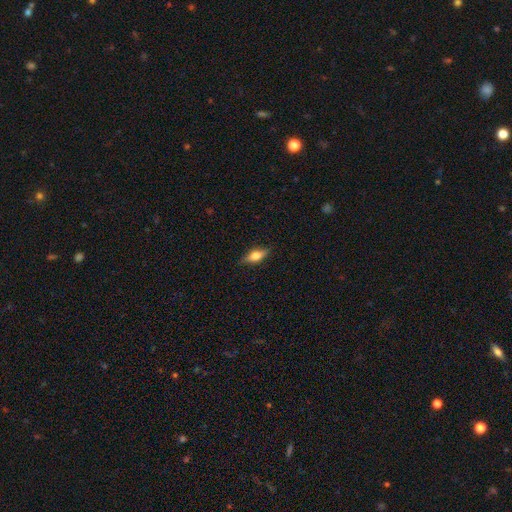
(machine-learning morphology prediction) A smooth galaxy with no disk features (52%) that is in between round and cigar-shaped (67%).

Vote fractions:
- Smooth or featured? smooth: 52% / featured or disk: 40% / star or artifact: 8%
- How rounded? in between: 67% / cigar-shaped: 28% / round: 5%
- Merging? none: 84% / minor disturbance: 13% / major disturbance: 3% / merger: 1%